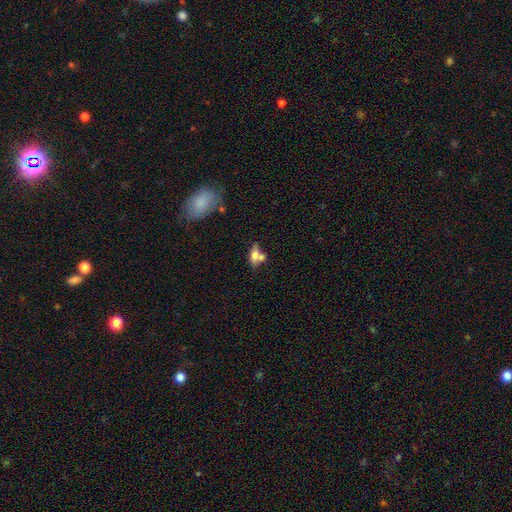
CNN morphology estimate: A smooth galaxy with no disk features (63%) that is in between round and cigar-shaped (74%).

Vote fractions:
- Smooth or featured? smooth: 63% / featured or disk: 27% / star or artifact: 9%
- How rounded? in between: 74% / cigar-shaped: 16% / round: 10%
- Merging? merger: 42% / none: 37% / minor disturbance: 14% / major disturbance: 8%